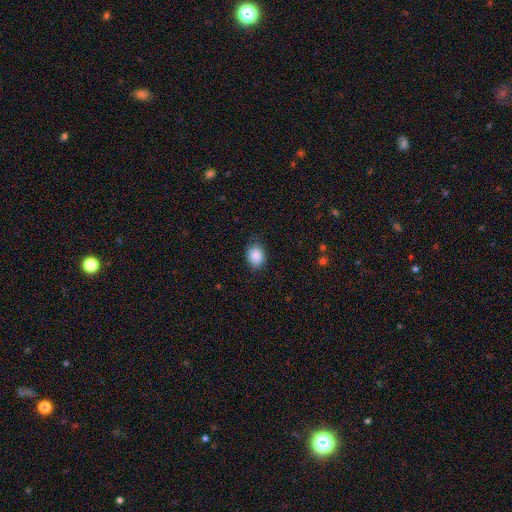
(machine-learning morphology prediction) Smooth or featured: smooth — 89% (star or artifact — 8%)
How rounded: in between — 60% (round — 39%)
Merging: none — 81% (minor disturbance — 15%)